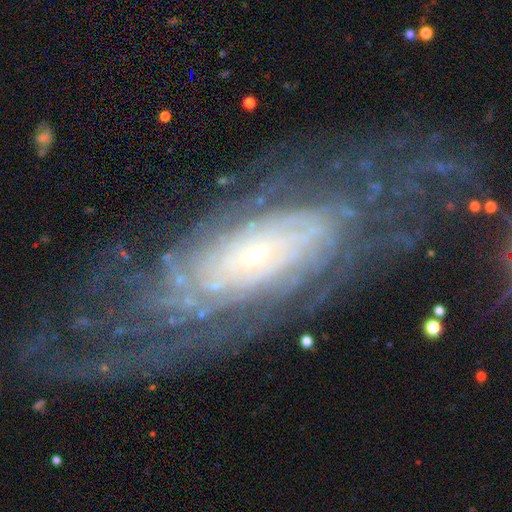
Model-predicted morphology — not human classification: This is clearly a featured or disk galaxy (85%). It is clearly not viewed edge-on (90%). Bar: likely no (72%). Spiral arm pattern: clearly yes (96%). Spiral arm count: marginally can't tell (40%). Spiral winding: likely tight (76%). Central bulge: likely small (77%). Merging: likely none (69%).